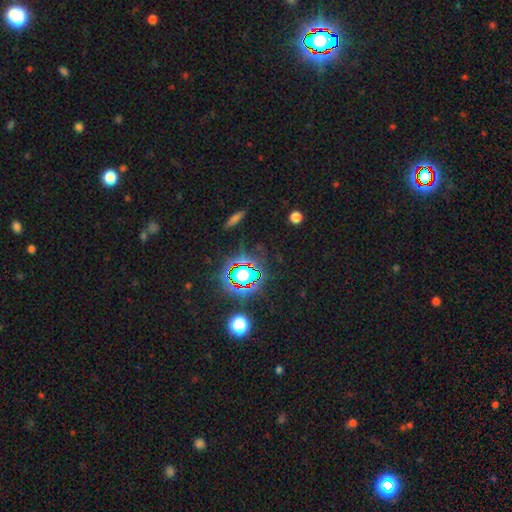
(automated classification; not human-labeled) Smooth or featured? star or artifact (80%)